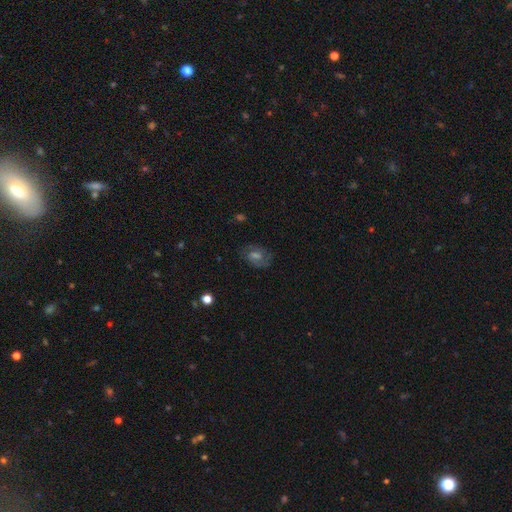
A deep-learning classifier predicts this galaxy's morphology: The model was most divided on "bar": weak: 45%, no: 44%, strong: 11%. Remaining: edge-on disk — no (96%); spiral arms — yes (85%); merging — none (78%); smooth or featured — featured or disk (57%); bulge size — moderate (47%).